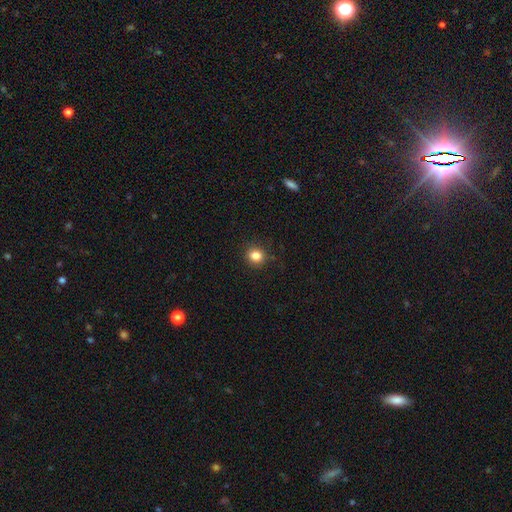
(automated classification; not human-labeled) Smooth or featured?
  - smooth: 85% *
  - star or artifact: 11%
  - featured or disk: 4%
How rounded?
  - round: 79% *
  - in between: 20%
  - cigar-shaped: 1%
Merging?
  - none: 87% *
  - minor disturbance: 9%
  - major disturbance: 3%
  - merger: 1%